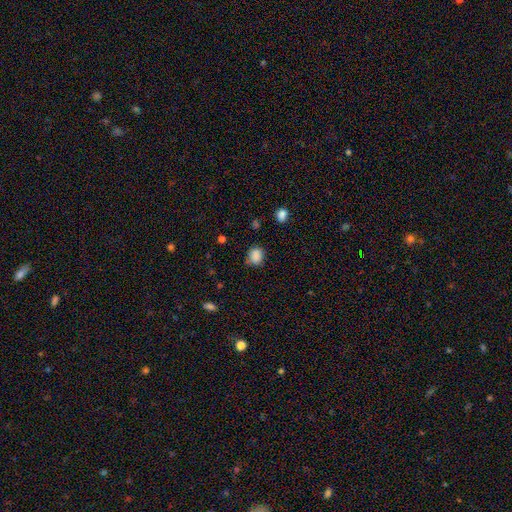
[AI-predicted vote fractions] The model was most divided on "how rounded": round: 58%, in between: 41%, cigar-shaped: 1%. More confident: smooth or featured — smooth (85%); merging — none (67%).